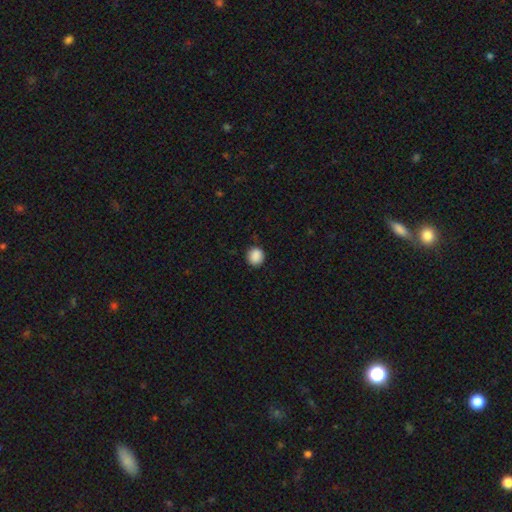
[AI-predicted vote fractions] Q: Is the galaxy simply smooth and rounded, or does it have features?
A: smooth — 88%.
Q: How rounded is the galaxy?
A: round — 89%.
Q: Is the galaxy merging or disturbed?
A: none — 89%.